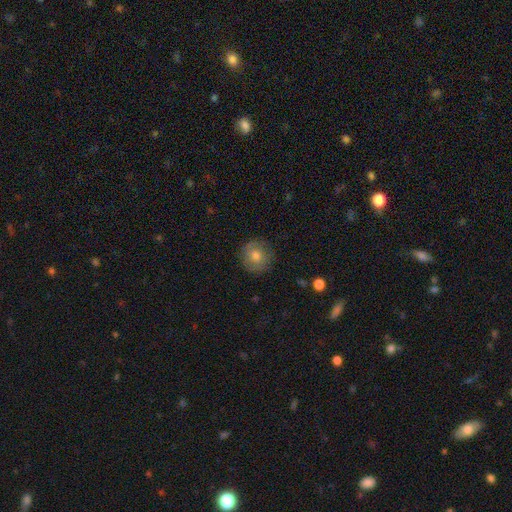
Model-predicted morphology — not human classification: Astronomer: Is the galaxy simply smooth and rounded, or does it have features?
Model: smooth — 65%.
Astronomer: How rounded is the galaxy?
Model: round — 91%.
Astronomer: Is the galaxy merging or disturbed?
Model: none — 84%.